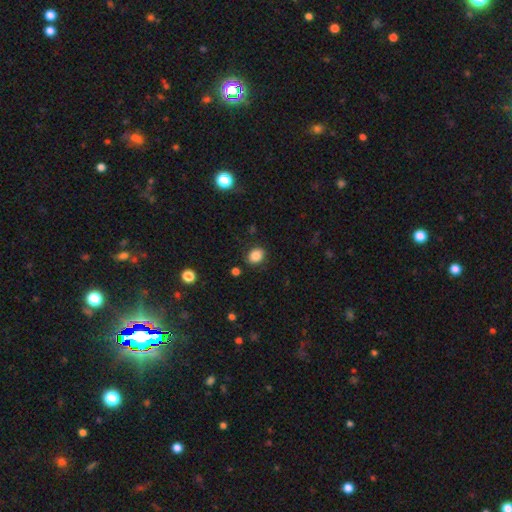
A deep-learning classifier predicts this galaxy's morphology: This is clearly a smooth galaxy (85%). How rounded: possibly round (57%). Merging: clearly none (85%).